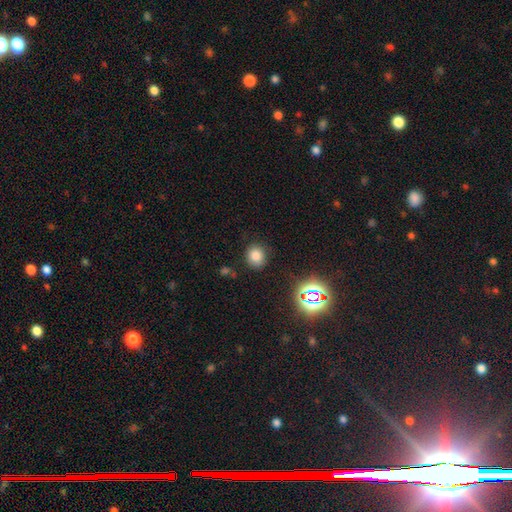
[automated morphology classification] smooth-or-featured: smooth: 76% | star or artifact: 17% | featured or disk: 7%
  how-rounded: round: 71% | in between: 28% | cigar-shaped: 1%
  merging: none: 85% | minor disturbance: 10% | major disturbance: 3% | merger: 2%